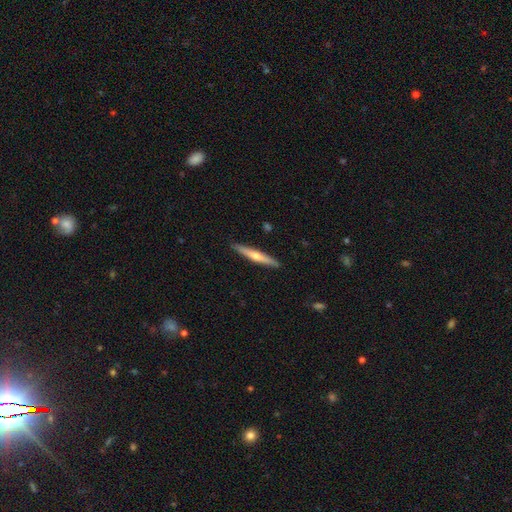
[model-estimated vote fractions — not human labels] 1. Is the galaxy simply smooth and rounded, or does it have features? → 51% featured or disk, 43% smooth, 5% star or artifact.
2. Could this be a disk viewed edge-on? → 95% yes, 5% no.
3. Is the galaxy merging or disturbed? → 90% none, 7% minor disturbance, 1% major disturbance, 1% merger.